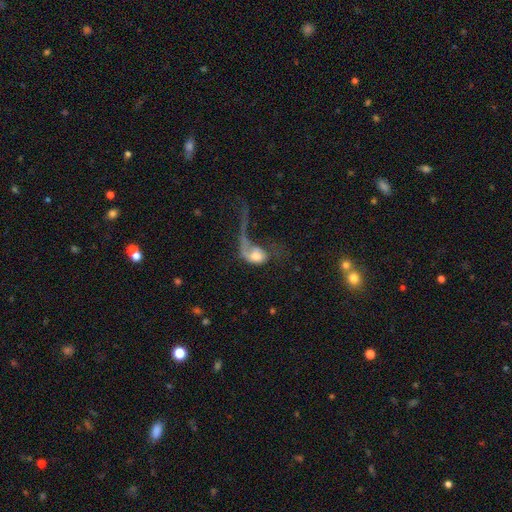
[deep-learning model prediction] This is possibly a smooth galaxy (46%, tied with featured or disk). Merging: likely major disturbance (62%).